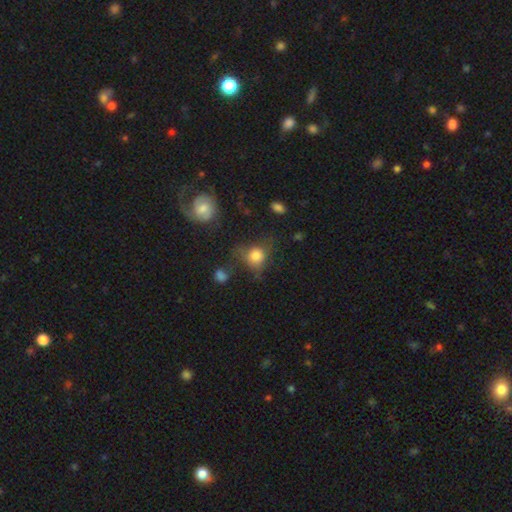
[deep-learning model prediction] A smooth galaxy with no disk features (75%) that is round (70%).

Vote fractions:
- Smooth or featured? smooth: 75% / featured or disk: 13% / star or artifact: 12%
- How rounded? round: 70% / in between: 28% / cigar-shaped: 1%
- Merging? none: 49% / minor disturbance: 25% / major disturbance: 20% / merger: 7%